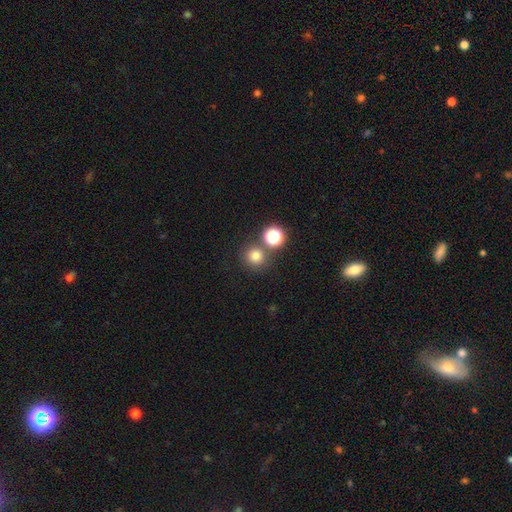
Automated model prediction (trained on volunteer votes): Smooth or featured: smooth — 77% (star or artifact — 16%)
How rounded: round — 92% (in between — 7%)
Merging: none — 73% (merger — 17%)